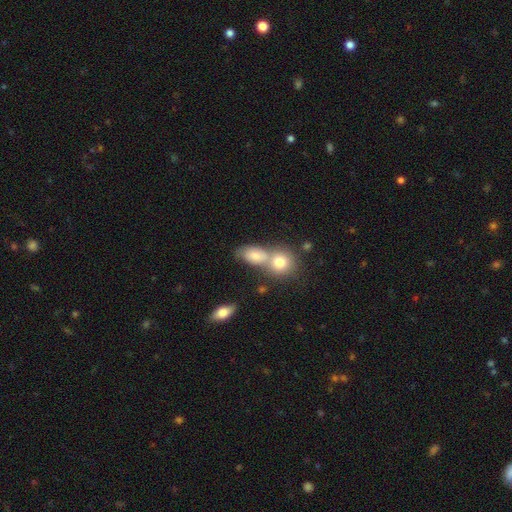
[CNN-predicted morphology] smooth_or_featured: smooth (p=0.77) [alt: featured or disk p=0.14]
how_rounded: in between (p=0.78) [alt: round p=0.19]
merging: merger (p=0.48) [alt: none p=0.36]